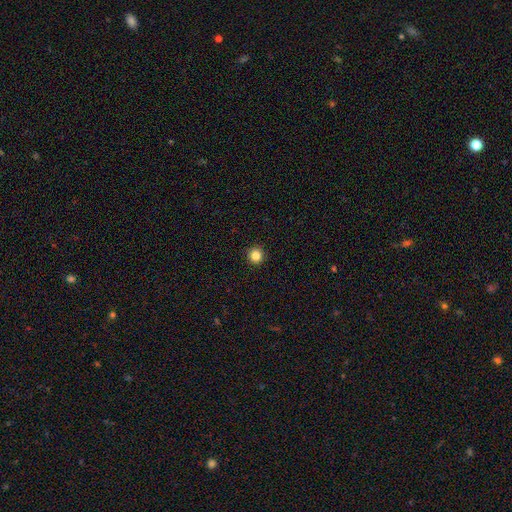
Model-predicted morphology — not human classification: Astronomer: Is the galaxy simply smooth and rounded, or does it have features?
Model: smooth — 85%.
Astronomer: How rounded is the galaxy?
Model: round — 95%.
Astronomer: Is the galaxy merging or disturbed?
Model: none — 93%.